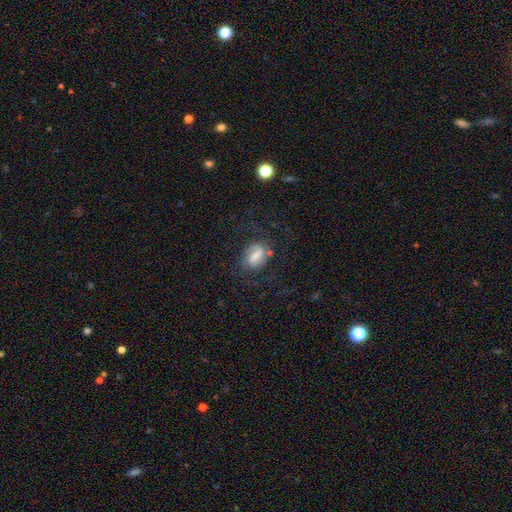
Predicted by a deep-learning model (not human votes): smooth-or-featured: featured or disk: 61% | smooth: 29% | star or artifact: 11%
  disk-edge-on: no: 96% | yes: 4%
    bar: weak: 45% | strong: 39% | no: 16%
    has-spiral-arms: yes: 86% | no: 14%
      spiral-winding: medium: 45% | loose: 31% | tight: 25%
      spiral-arm-count: 2: 74% | 1: 11% | can't tell: 10% | 3: 3% | 4: 1% | more than 4: 1%
    bulge-size: moderate: 32% | small: 30% | none: 18% | large: 17% | dominant: 3%
  merging: none: 60% | major disturbance: 19% | minor disturbance: 18% | merger: 3%